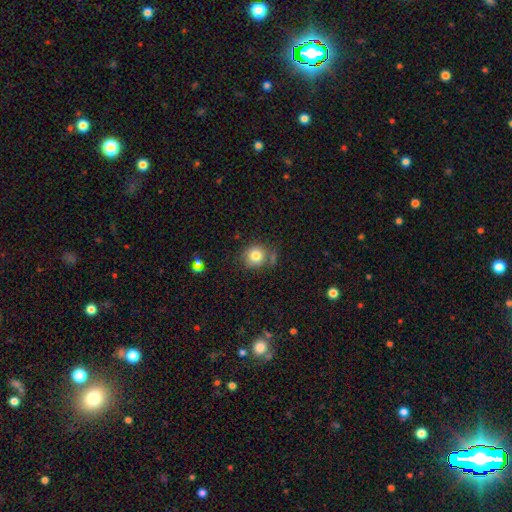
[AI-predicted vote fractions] Smooth or featured: smooth — 82% (star or artifact — 10%)
How rounded: round — 87% (in between — 12%)
Merging: none — 72% (minor disturbance — 15%)